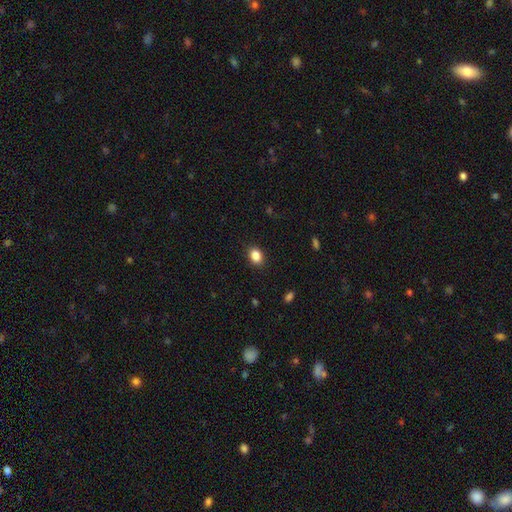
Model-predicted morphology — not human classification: A smooth galaxy with no disk features (86%) that is in between round and cigar-shaped (65%).

Vote fractions:
- Smooth or featured? smooth: 86% / star or artifact: 10% / featured or disk: 4%
- How rounded? in between: 65% / round: 34% / cigar-shaped: 1%
- Merging? none: 88% / minor disturbance: 9% / major disturbance: 2% / merger: 1%